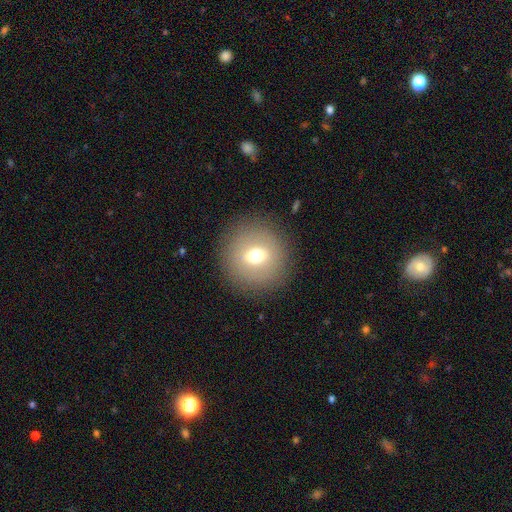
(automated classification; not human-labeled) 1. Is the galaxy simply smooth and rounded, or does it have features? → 59% smooth, 29% featured or disk, 11% star or artifact.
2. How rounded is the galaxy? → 91% round, 8% in between, 1% cigar-shaped.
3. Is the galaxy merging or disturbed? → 88% none, 7% minor disturbance, 4% major disturbance, 1% merger.